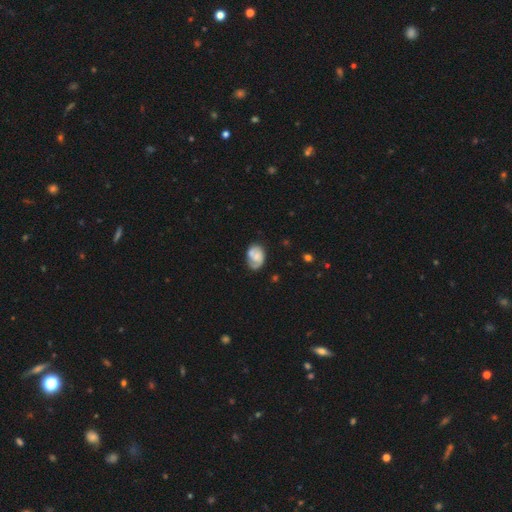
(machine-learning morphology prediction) Smooth or featured?
  - featured or disk: 56% *
  - smooth: 37%
  - star or artifact: 7%
Edge-on disk?
  - no: 97% *
  - yes: 3%
Bar?
  - no: 69% *
  - weak: 27%
  - strong: 5%
Spiral arms?
  - yes: 80% *
  - no: 20%
Bulge size?
  - small: 40% *
  - moderate: 29%
  - none: 24%
  - large: 6%
  - dominant: 2%
Merging?
  - none: 56% *
  - minor disturbance: 27%
  - major disturbance: 12%
  - merger: 5%